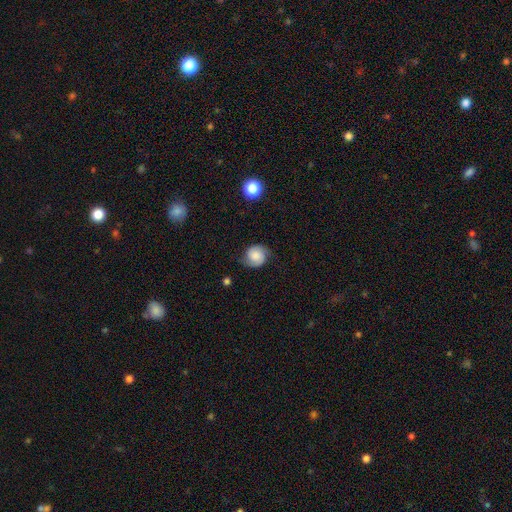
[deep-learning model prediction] Morphology: type=smooth (53%); roundness=round (79%); merging=none (69%).